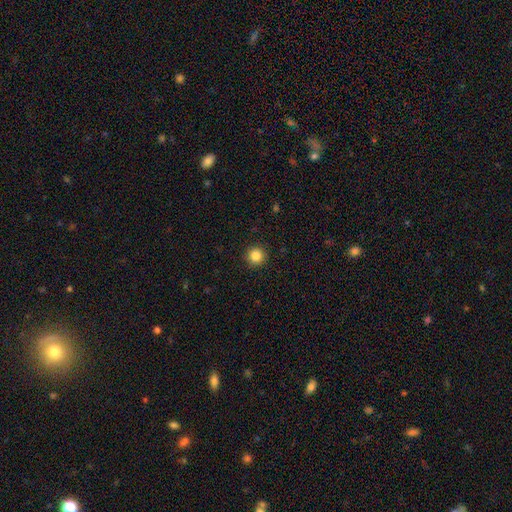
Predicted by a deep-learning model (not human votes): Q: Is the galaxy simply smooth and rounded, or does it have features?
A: smooth — 85%.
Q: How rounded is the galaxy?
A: round — 96%.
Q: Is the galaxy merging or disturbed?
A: none — 93%.